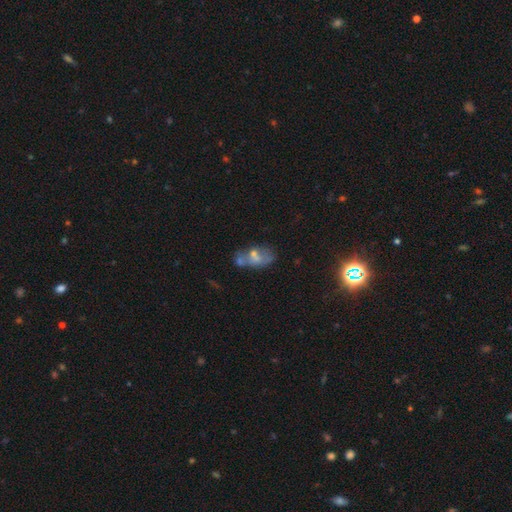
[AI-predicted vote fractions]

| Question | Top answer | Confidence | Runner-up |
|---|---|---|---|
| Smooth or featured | featured or disk | 43% | smooth (39%) |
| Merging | merger | 35% | none (32%) |